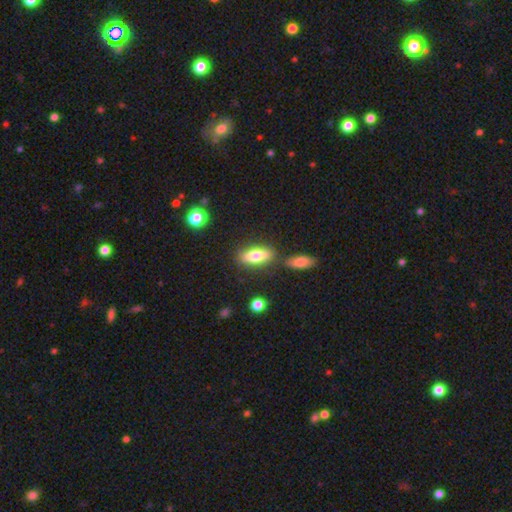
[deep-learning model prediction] A smooth galaxy with no disk features (69%) that is in between round and cigar-shaped (69%). Merging: none (75%).